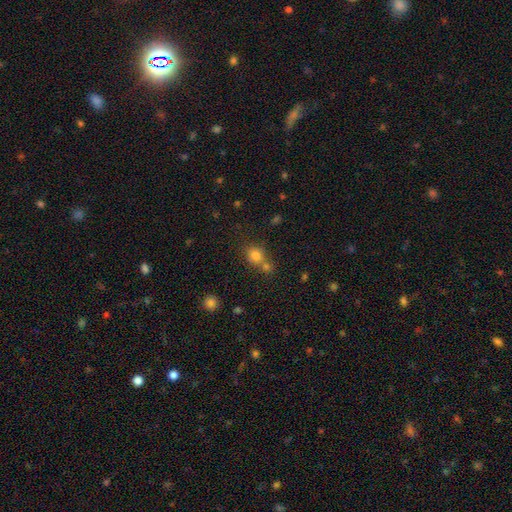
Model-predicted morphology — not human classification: smooth_or_featured: smooth (p=0.78) [alt: star or artifact p=0.14]
how_rounded: round (p=0.77) [alt: in between p=0.22]
merging: none (p=0.48) [alt: merger p=0.39]